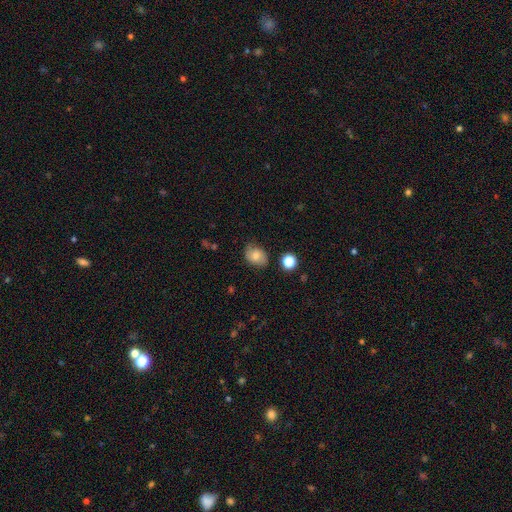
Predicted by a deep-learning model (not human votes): Q: Smooth or featured?
A: smooth (74%); runner-up: featured or disk (16%)
Q: How rounded?
A: in between (64%); runner-up: round (35%)
Q: Merging?
A: none (75%); runner-up: minor disturbance (19%)